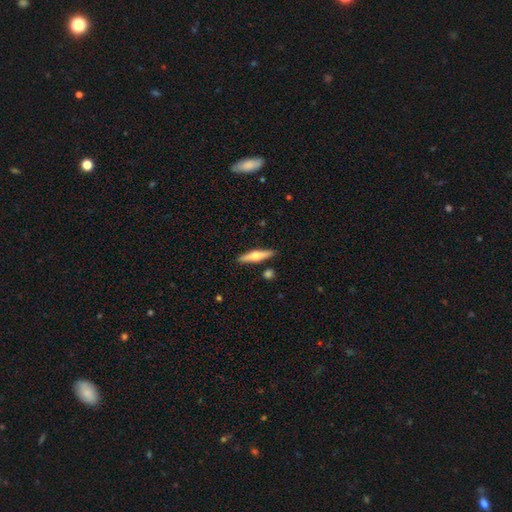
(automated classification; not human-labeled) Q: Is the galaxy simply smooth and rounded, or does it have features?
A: featured or disk — 50%.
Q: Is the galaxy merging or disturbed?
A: none — 87%.